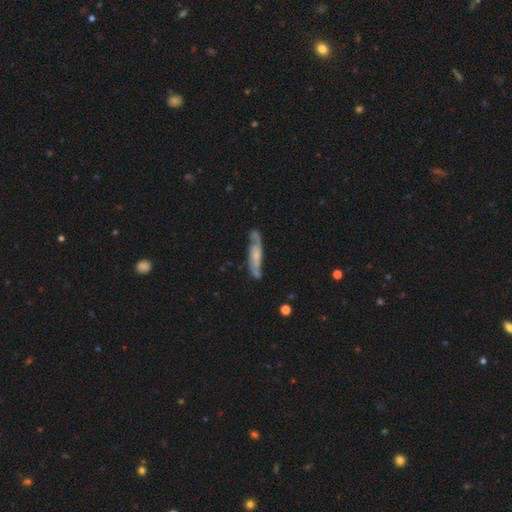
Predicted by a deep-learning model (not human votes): Overall: featured or disk (64%; smooth 30%). Edge-on disk: no (57%; yes 43%). Merging: none (71%).